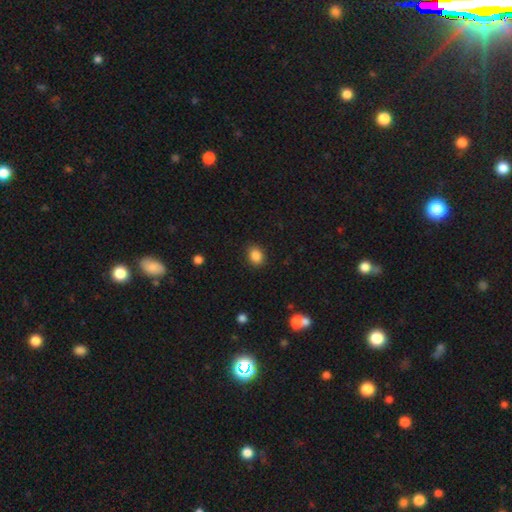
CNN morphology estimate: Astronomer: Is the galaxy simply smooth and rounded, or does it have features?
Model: smooth — 87%.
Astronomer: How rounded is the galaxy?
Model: in between — 56% (runner-up: round, 43%).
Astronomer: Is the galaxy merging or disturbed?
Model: none — 87%.